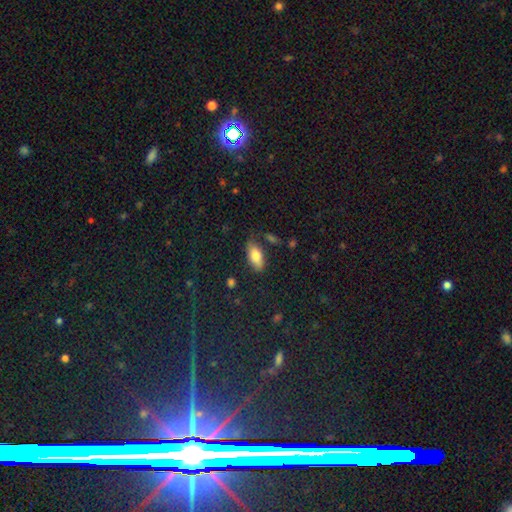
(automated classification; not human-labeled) A smooth galaxy with no disk features (80%) that is in between round and cigar-shaped (87%).

Vote fractions:
- Smooth or featured? smooth: 80% / featured or disk: 12% / star or artifact: 7%
- How rounded? in between: 87% / cigar-shaped: 11% / round: 2%
- Merging? none: 74% / minor disturbance: 17% / major disturbance: 4% / merger: 4%